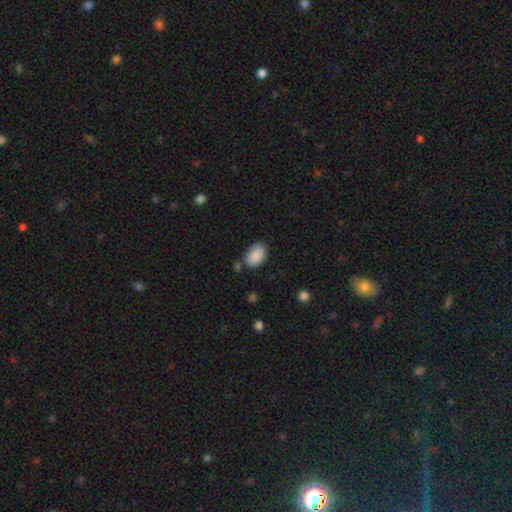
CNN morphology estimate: smooth-or-featured: smooth: 89% | star or artifact: 7% | featured or disk: 4%
  how-rounded: in between: 90% | round: 9% | cigar-shaped: 1%
  merging: none: 74% | minor disturbance: 17% | merger: 5% | major disturbance: 4%